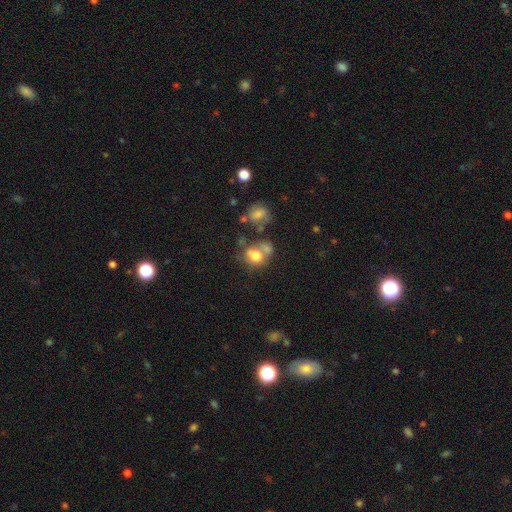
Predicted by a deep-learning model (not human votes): smooth_or_featured: smooth (p=0.69) [alt: featured or disk p=0.18]
how_rounded: round (p=0.57) [alt: in between p=0.42]
merging: merger (p=0.41) [alt: none p=0.33]